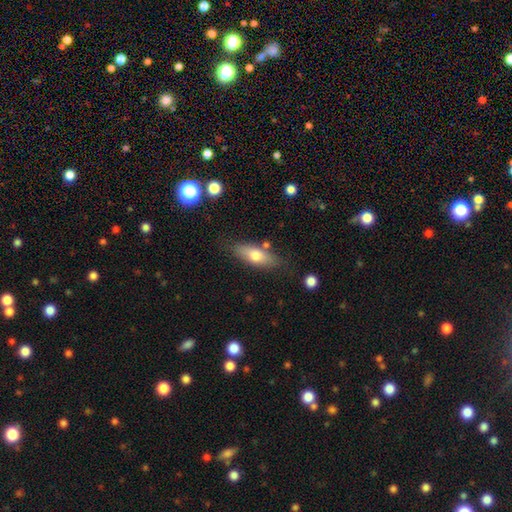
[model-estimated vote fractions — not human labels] Smooth or featured? smooth (69%)
How rounded? in between (71%)
Merging? none (74%)